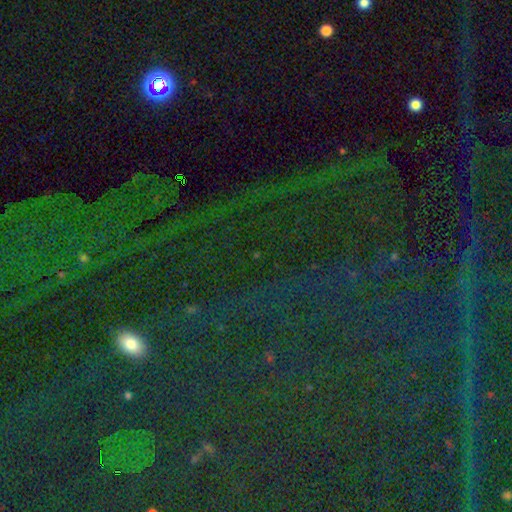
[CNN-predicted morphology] star or artifact 81%, smooth 11%, featured or disk 9%.